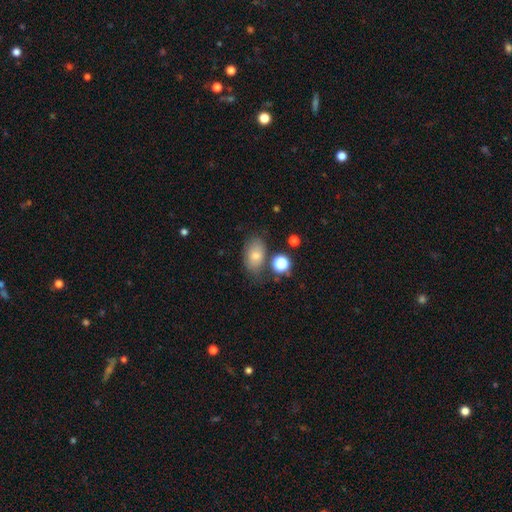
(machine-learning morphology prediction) This appears to be a smooth galaxy with no disk features (75%) that is in between round and cigar-shaped (85%). Merging: none (66%).